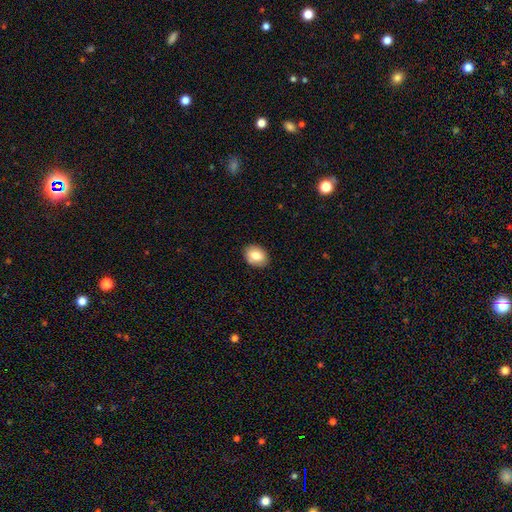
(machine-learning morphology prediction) The model was most divided on "how rounded": in between: 64%, round: 35%, cigar-shaped: 1%. More confident: merging — none (87%); smooth or featured — smooth (80%).